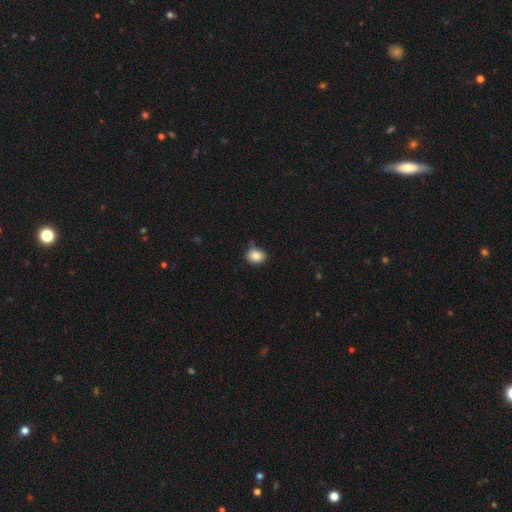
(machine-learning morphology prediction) Q: Smooth or featured?
A: smooth (85%); runner-up: star or artifact (9%)
Q: How rounded?
A: round (51%); runner-up: in between (48%)
Q: Merging?
A: none (73%); runner-up: minor disturbance (20%)